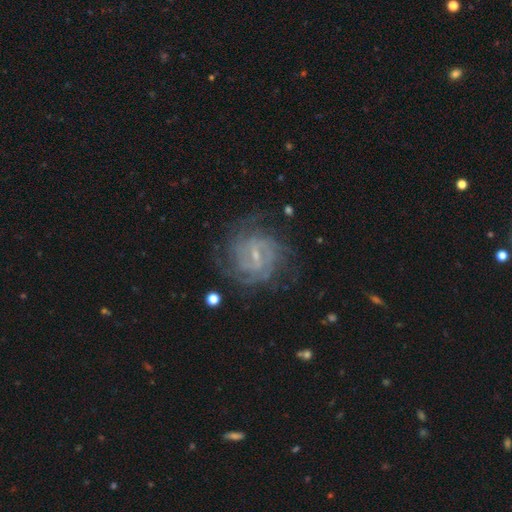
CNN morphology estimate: Smooth or featured? Predicted: featured or disk (p=0.86). Edge-on disk? Predicted: no (p=0.97). Bar? Predicted: weak (p=0.56). Spiral arms? Predicted: yes (p=0.96). Spiral winding? Predicted: tight (p=0.64). Spiral arm count? Predicted: can't tell (p=0.33). Bulge size? Predicted: small (p=0.75). Merging? Predicted: none (p=0.74).